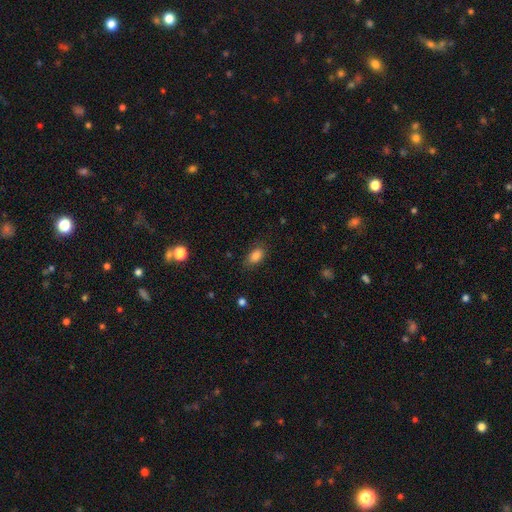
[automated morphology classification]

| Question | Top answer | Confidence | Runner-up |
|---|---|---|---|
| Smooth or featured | smooth | 85% | star or artifact (9%) |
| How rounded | in between | 88% | round (10%) |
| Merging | none | 80% | minor disturbance (14%) |